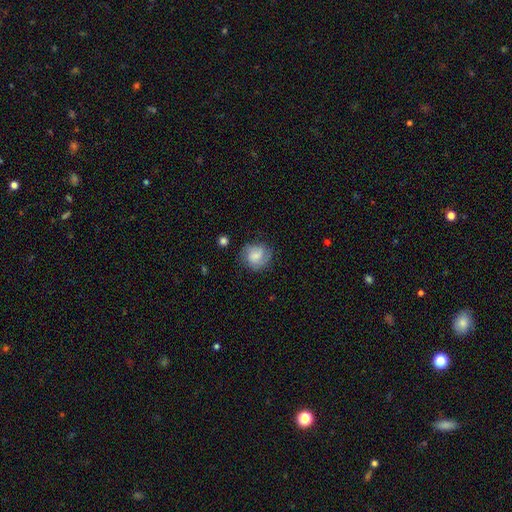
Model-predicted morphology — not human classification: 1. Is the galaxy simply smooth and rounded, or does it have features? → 53% smooth, 39% featured or disk, 8% star or artifact.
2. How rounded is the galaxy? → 77% round, 22% in between, 1% cigar-shaped.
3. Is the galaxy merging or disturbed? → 71% none, 19% minor disturbance, 8% major disturbance, 2% merger.